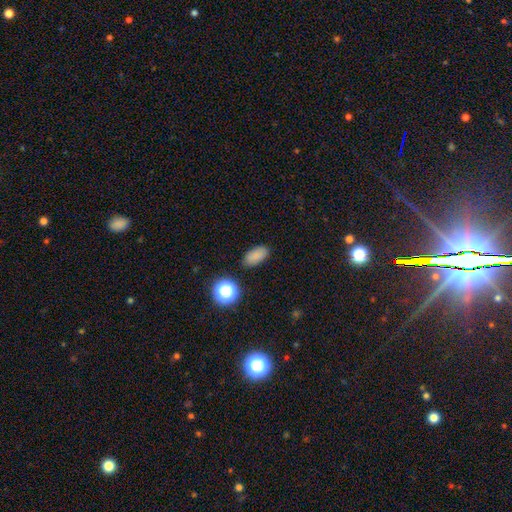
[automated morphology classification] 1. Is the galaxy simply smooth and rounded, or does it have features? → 82% smooth, 13% star or artifact, 5% featured or disk.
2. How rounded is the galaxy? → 89% in between, 7% round, 4% cigar-shaped.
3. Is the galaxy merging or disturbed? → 85% none, 10% minor disturbance, 3% major disturbance, 2% merger.